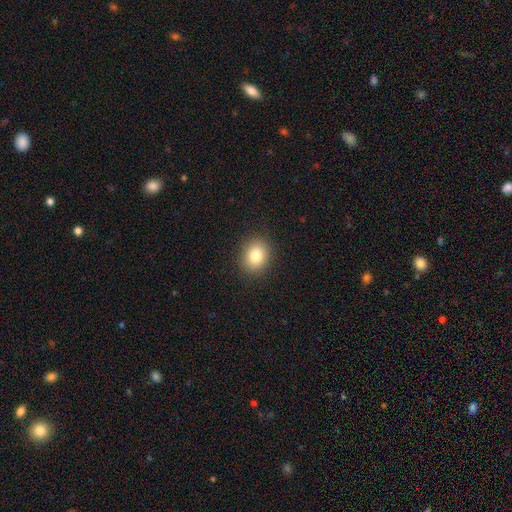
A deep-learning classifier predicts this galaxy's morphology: A smooth galaxy with no disk features (81%) that is round (60%). Merging: none (90%).